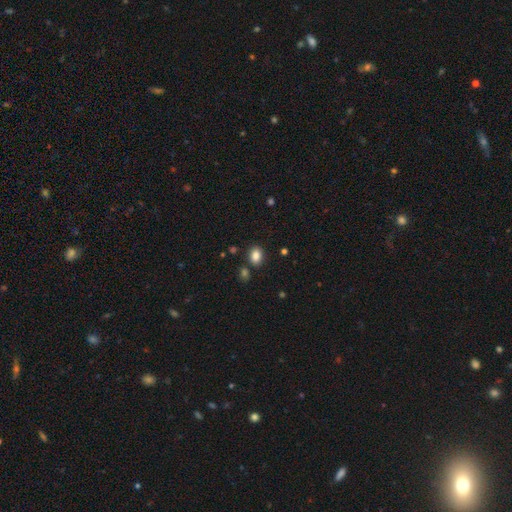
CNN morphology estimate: Smooth or featured? Predicted: smooth (p=0.84). How rounded? Predicted: in between (p=0.70). Merging? Predicted: none (p=0.81).